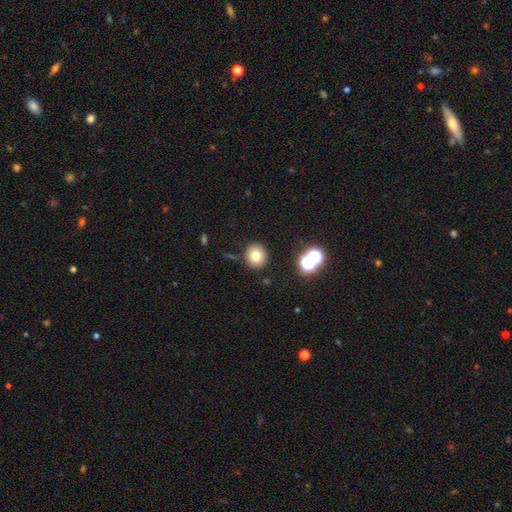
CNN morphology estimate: Smooth or featured?
  - smooth: 75% *
  - star or artifact: 14%
  - featured or disk: 11%
How rounded?
  - round: 87% *
  - in between: 12%
  - cigar-shaped: 1%
Merging?
  - none: 87% *
  - minor disturbance: 7%
  - merger: 3%
  - major disturbance: 3%